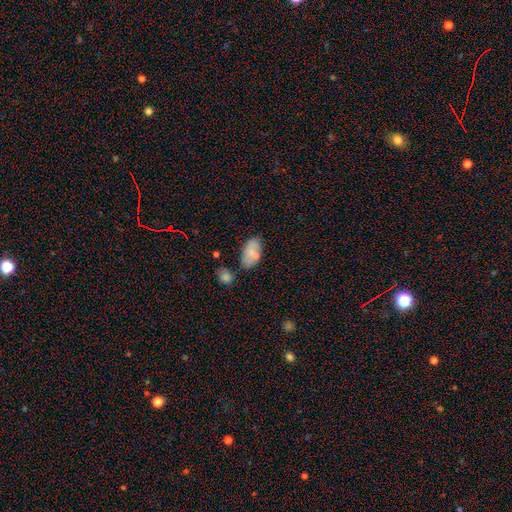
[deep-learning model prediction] Q: Smooth or featured?
A: smooth (67%); runner-up: featured or disk (22%)
Q: How rounded?
A: in between (93%); runner-up: round (5%)
Q: Merging?
A: none (62%); runner-up: minor disturbance (20%)